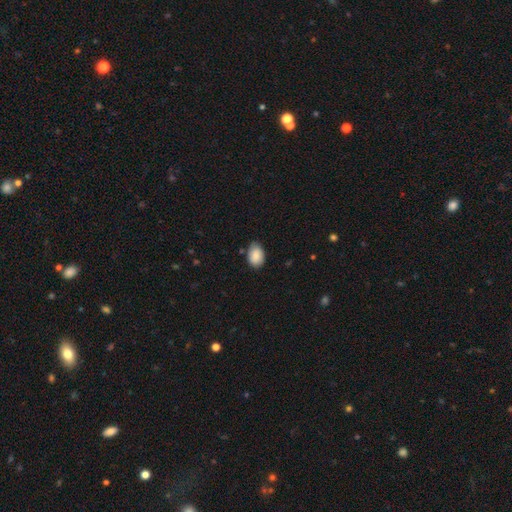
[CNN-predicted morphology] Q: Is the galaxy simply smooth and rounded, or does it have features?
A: smooth — 86%.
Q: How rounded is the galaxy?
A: in between — 83%.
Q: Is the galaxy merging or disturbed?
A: none — 73%.